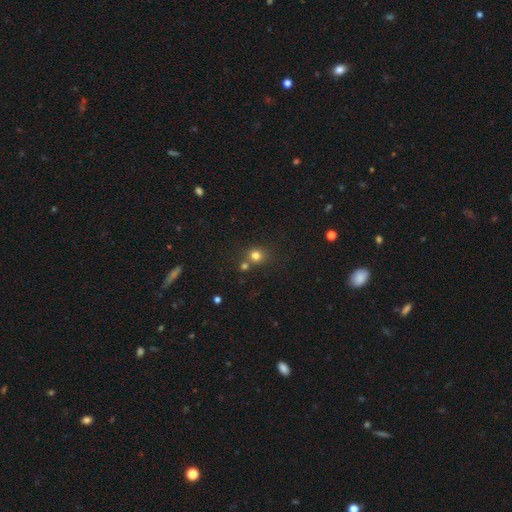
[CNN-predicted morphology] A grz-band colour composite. It shows a smooth galaxy with no disk features (78%) that is round (85%). Merging: none (64%).